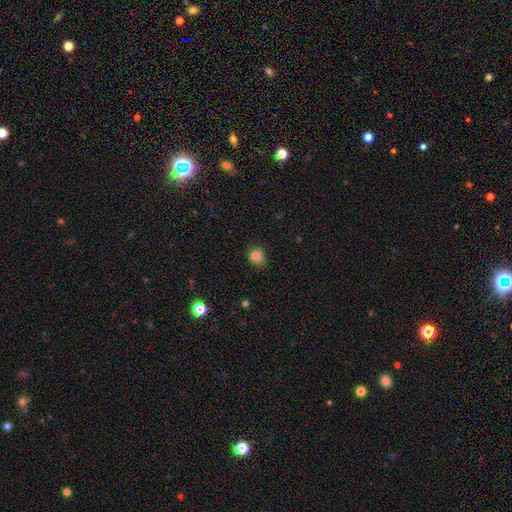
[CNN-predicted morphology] The model was most divided on "how rounded": round: 55%, in between: 44%, cigar-shaped: 1%. More confident: smooth or featured — smooth (82%); merging — none (57%).